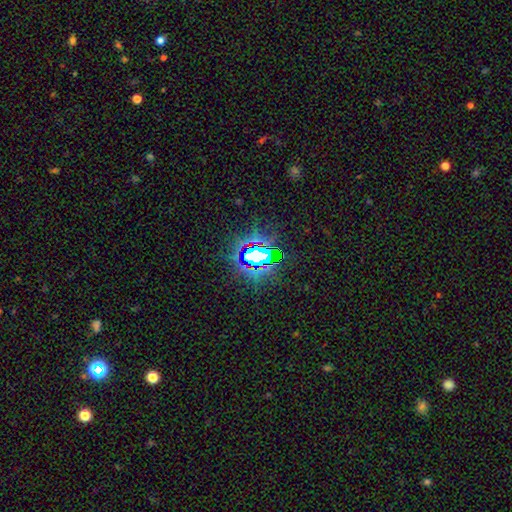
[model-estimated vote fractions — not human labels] smooth_or_featured: star or artifact (p=0.76) [alt: smooth p=0.13]